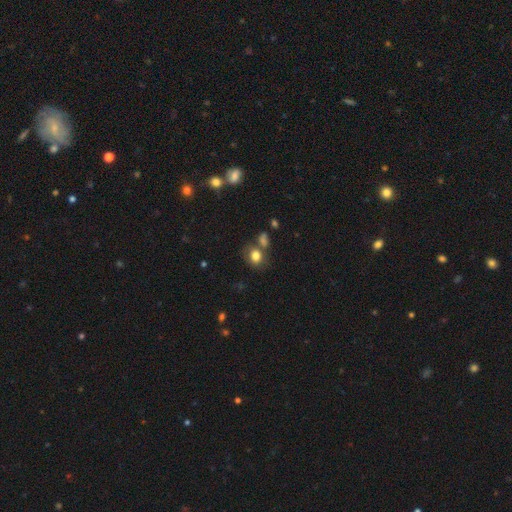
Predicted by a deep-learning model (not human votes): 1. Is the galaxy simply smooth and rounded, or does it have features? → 80% smooth, 11% star or artifact, 9% featured or disk.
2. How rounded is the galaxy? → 58% round, 41% in between, 1% cigar-shaped.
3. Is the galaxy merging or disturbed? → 60% none, 19% merger, 15% minor disturbance, 6% major disturbance.